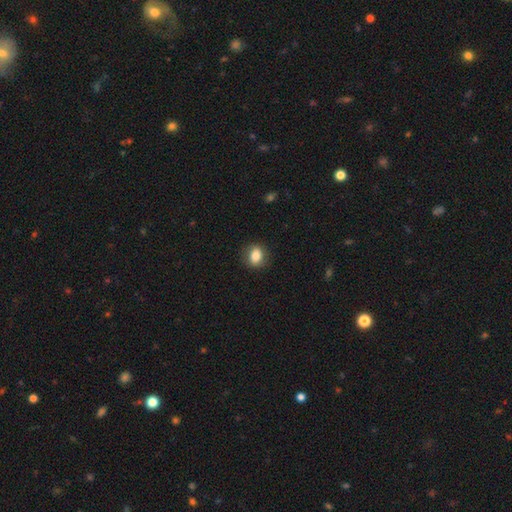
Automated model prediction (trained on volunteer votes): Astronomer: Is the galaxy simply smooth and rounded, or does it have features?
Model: smooth — 81%.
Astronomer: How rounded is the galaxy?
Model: in between — 52% (runner-up: round, 47%).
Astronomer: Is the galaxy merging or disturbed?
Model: none — 85%.